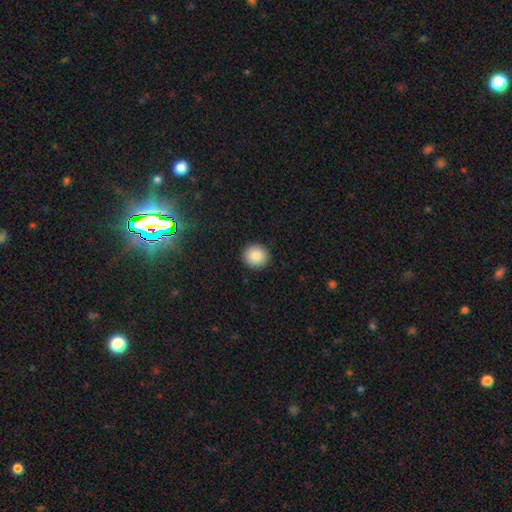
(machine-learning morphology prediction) smooth 88%, star or artifact 8%, featured or disk 4%. Down the decision tree: how rounded — round (90%); merging — none (92%).